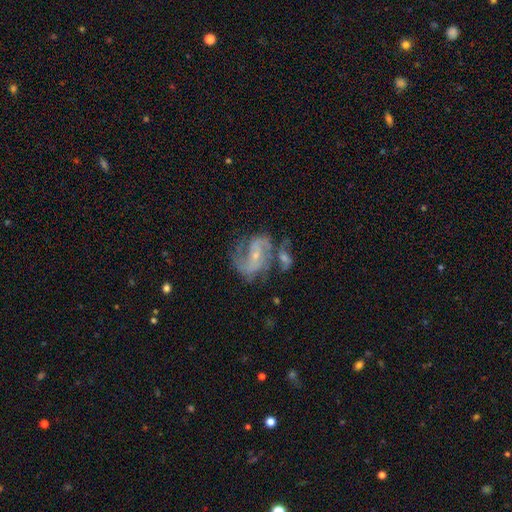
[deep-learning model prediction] Q: Smooth or featured?
A: featured or disk (85%); runner-up: smooth (8%)
Q: Edge-on disk?
A: no (98%); runner-up: yes (2%)
Q: Bar?
A: weak (41%); runner-up: no (38%)
Q: Spiral arms?
A: yes (94%); runner-up: no (6%)
Q: Spiral winding?
A: medium (51%); runner-up: loose (27%)
Q: Spiral arm count?
A: 2 (71%); runner-up: 3 (10%)
Q: Bulge size?
A: small (73%); runner-up: moderate (21%)
Q: Merging?
A: none (46%); runner-up: minor disturbance (19%)